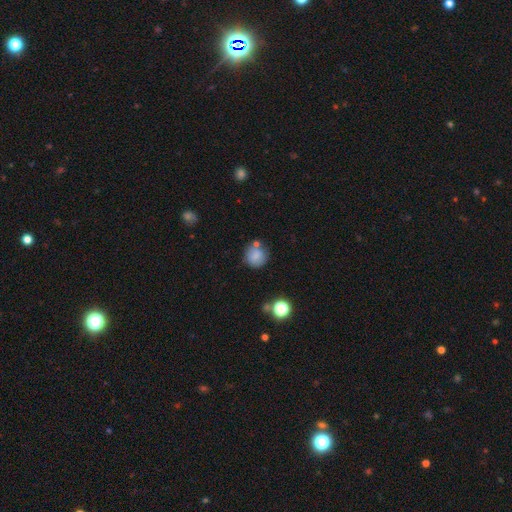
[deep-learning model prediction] Morphology: type=smooth (79%); roundness=round (89%); merging=none (68%).